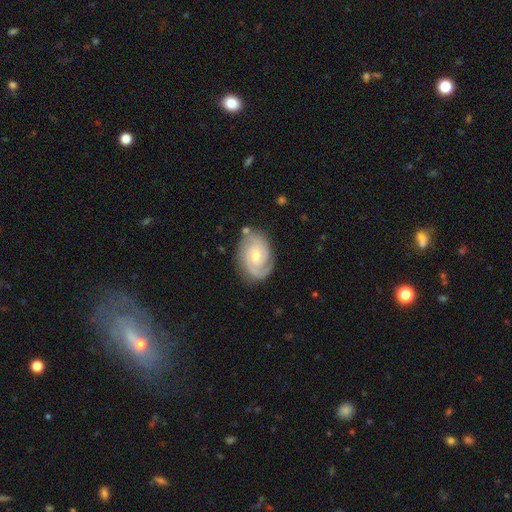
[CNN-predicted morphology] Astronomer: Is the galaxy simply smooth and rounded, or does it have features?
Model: featured or disk — 84%.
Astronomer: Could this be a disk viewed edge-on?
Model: no — 97%.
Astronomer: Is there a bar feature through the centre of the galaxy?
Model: no — 51% (runner-up: weak, 42%).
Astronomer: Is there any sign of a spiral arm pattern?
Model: yes — 97%.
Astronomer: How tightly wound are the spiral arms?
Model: tight — 65%.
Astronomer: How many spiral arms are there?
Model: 2 — 63%.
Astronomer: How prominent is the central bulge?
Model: moderate — 51% (runner-up: small, 43%).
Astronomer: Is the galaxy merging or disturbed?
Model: none — 78%.